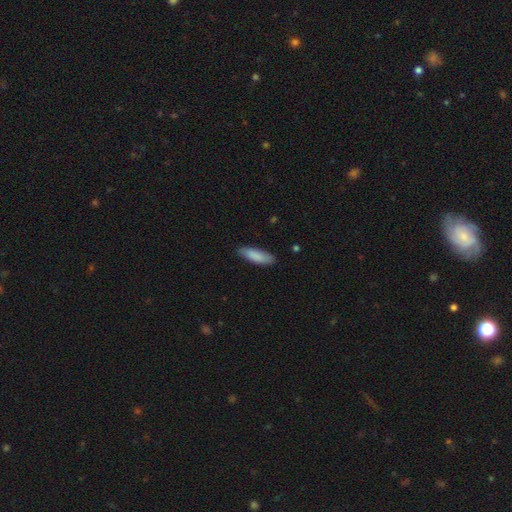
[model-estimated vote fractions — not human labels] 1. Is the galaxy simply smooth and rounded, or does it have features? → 86% smooth, 9% featured or disk, 5% star or artifact.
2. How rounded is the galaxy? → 50% cigar-shaped, 49% in between, 1% round.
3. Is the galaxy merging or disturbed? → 84% none, 13% minor disturbance, 2% major disturbance, 1% merger.